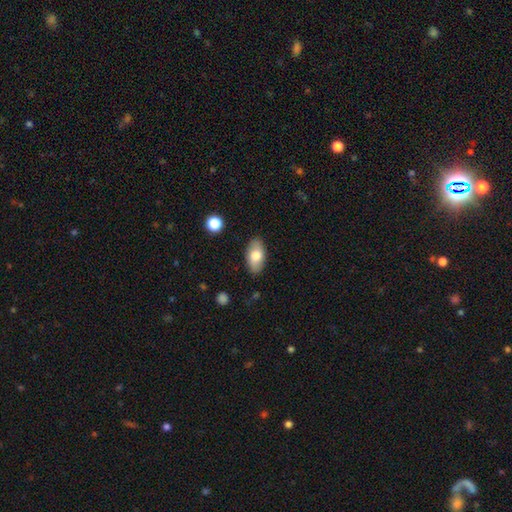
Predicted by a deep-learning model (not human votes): Smooth or featured: smooth — 75% (featured or disk — 18%)
How rounded: in between — 93% (round — 4%)
Merging: none — 86% (minor disturbance — 11%)